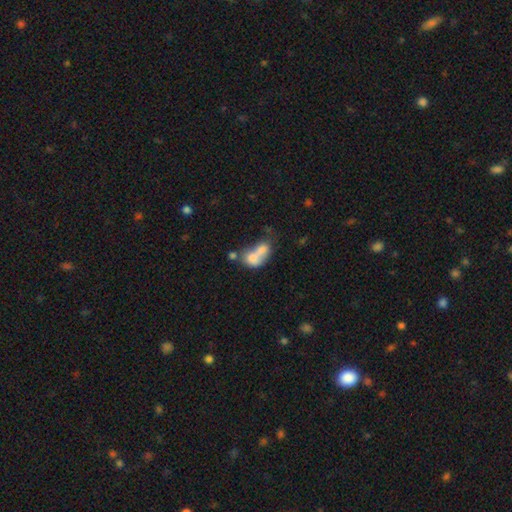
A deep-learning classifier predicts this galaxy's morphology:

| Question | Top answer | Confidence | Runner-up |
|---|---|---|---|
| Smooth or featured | smooth | 66% | featured or disk (25%) |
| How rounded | in between | 75% | round (21%) |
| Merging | merger | 67% | none (15%) |